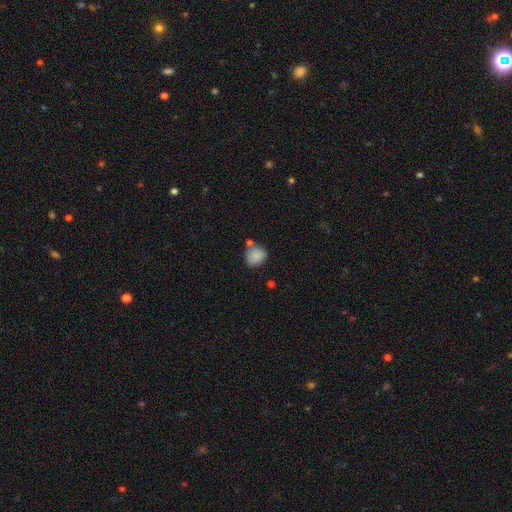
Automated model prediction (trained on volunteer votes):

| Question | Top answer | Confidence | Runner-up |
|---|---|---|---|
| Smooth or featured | smooth | 85% | star or artifact (8%) |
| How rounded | round | 68% | in between (31%) |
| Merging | none | 61% | merger (18%) |